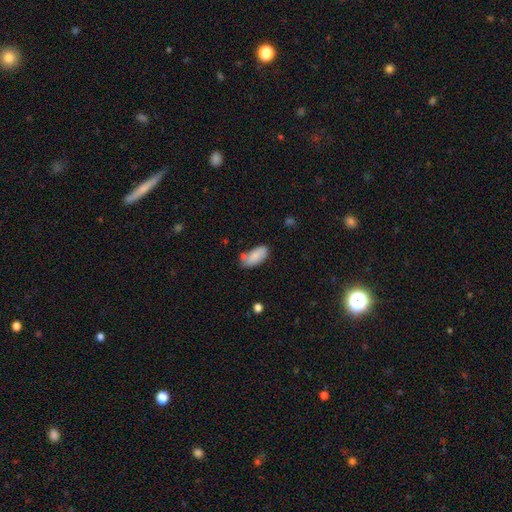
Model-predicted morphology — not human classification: This appears to be a smooth galaxy with no disk features (83%) that is in between round and cigar-shaped (90%). Merging: none (62%).